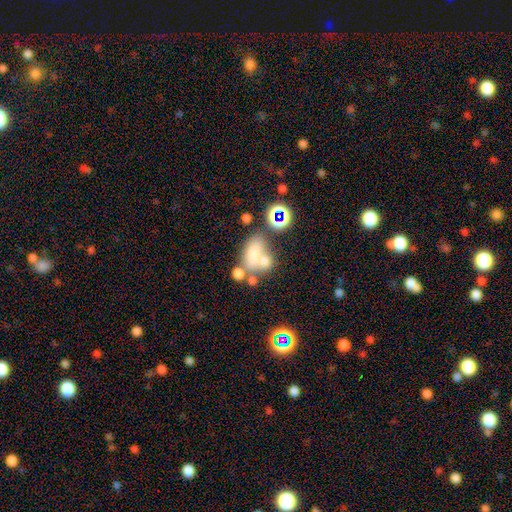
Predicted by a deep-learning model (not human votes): Overall: smooth (63%). How rounded: in between (78%). Merging: merger (45%; none 32%).